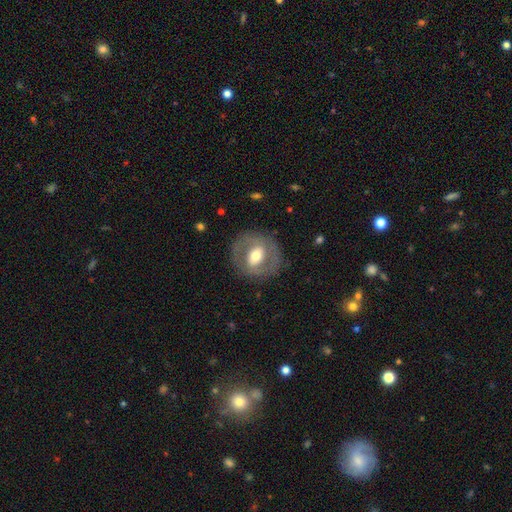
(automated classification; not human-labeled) This is possibly a featured or disk galaxy (55%). It is clearly not viewed edge-on (94%). Bar: marginally no (39%). Spiral arm pattern: likely no (75%). Central bulge: likely moderate (64%). Merging: clearly none (81%).